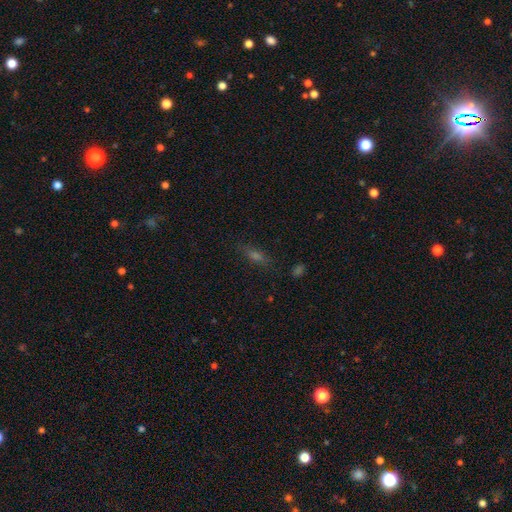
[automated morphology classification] smooth_or_featured: smooth (p=0.45) [alt: star or artifact p=0.31]
merging: none (p=0.81) [alt: minor disturbance p=0.12]